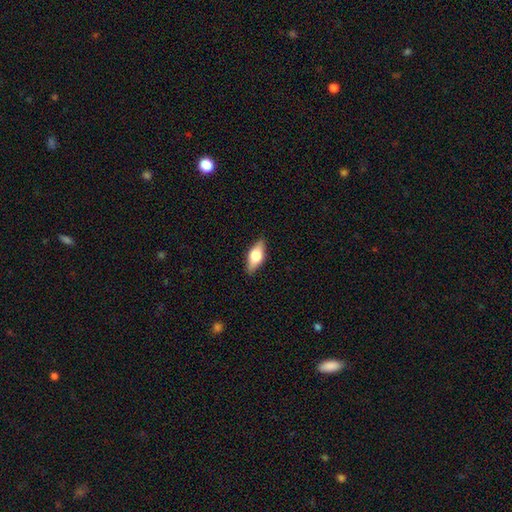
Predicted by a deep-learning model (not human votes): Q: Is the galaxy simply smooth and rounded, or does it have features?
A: smooth — 54%.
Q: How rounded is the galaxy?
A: in between — 76%.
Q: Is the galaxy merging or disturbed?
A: none — 87%.